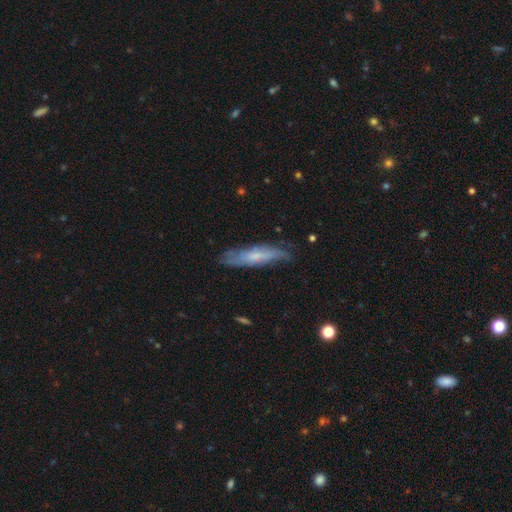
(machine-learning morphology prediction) A featured or disk galaxy (56%).

Vote fractions:
- Smooth or featured? featured or disk: 56% / smooth: 37% / star or artifact: 7%
- Edge-on disk? no: 52% / yes: 48%
- Merging? none: 74% / minor disturbance: 19% / major disturbance: 5% / merger: 2%